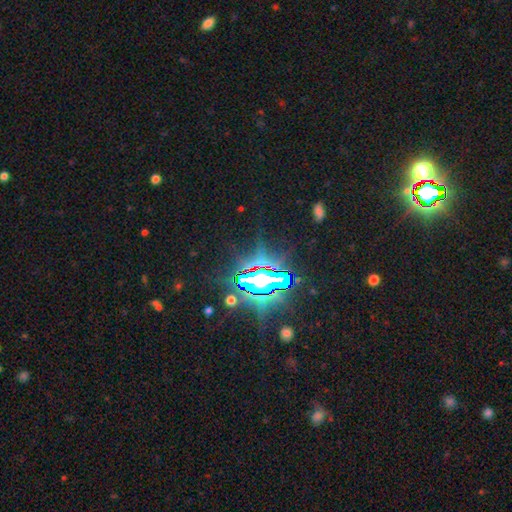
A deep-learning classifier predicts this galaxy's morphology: A star or artifact, not a galaxy (86%).

Vote fractions:
- Smooth or featured? star or artifact: 86% / smooth: 7% / featured or disk: 7%